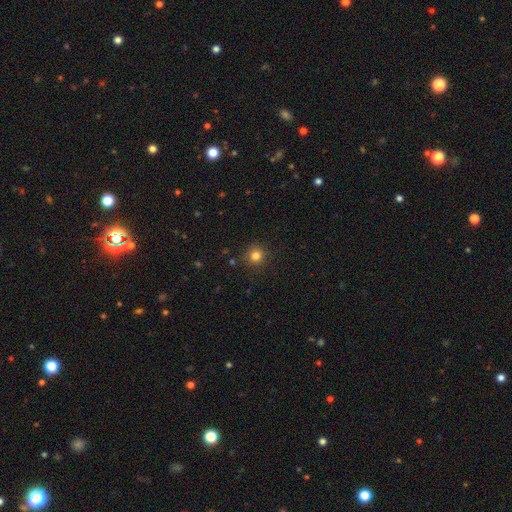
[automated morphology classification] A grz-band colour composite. It shows a smooth galaxy with no disk features (81%) that is round (93%). Merging: none (89%).